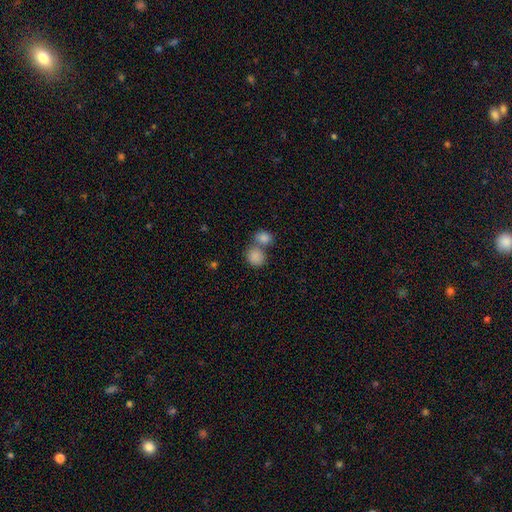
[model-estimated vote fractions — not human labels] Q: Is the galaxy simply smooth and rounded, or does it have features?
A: smooth — 86%.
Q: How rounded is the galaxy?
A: round — 68%.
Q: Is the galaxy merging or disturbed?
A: merger — 49%.